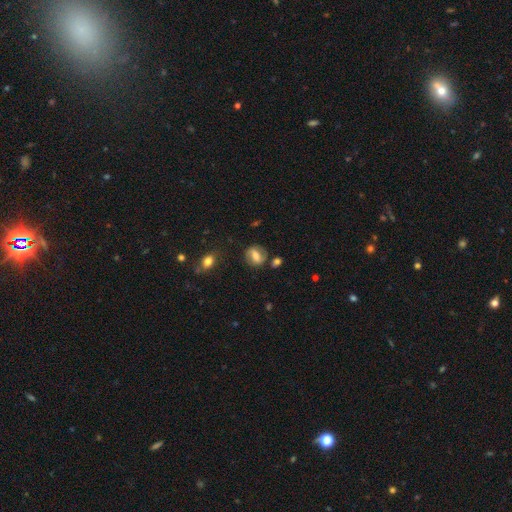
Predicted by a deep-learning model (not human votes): The model was most divided on "how rounded": in between: 50%, round: 46%, cigar-shaped: 3%. More confident: merging — none (72%); smooth or featured — smooth (54%).